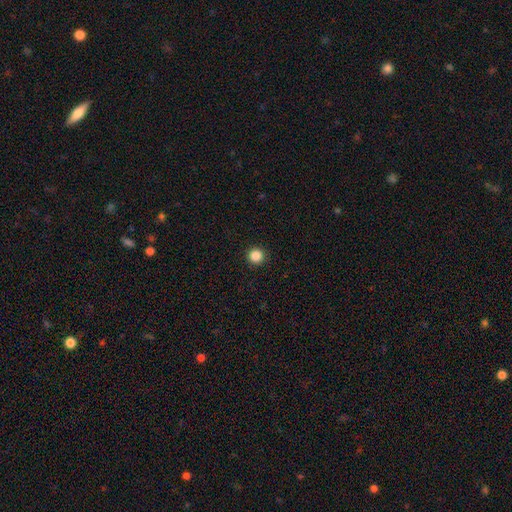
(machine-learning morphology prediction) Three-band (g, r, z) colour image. It shows a smooth galaxy with no disk features (87%) that is round (96%). Merging: none (94%).